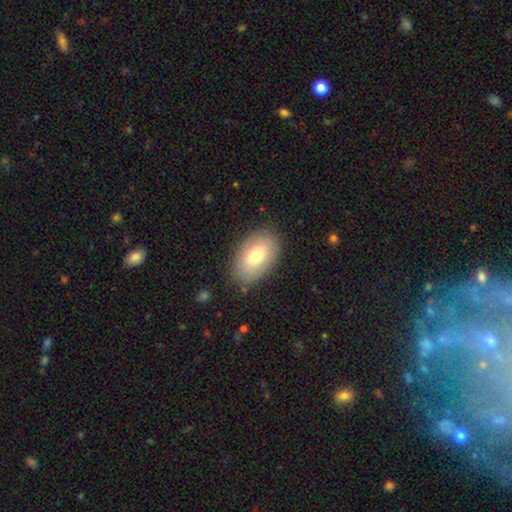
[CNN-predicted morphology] smooth_or_featured: smooth (p=0.74) [alt: featured or disk p=0.20]
how_rounded: in between (p=0.92) [alt: round p=0.07]
merging: none (p=0.84) [alt: minor disturbance p=0.11]